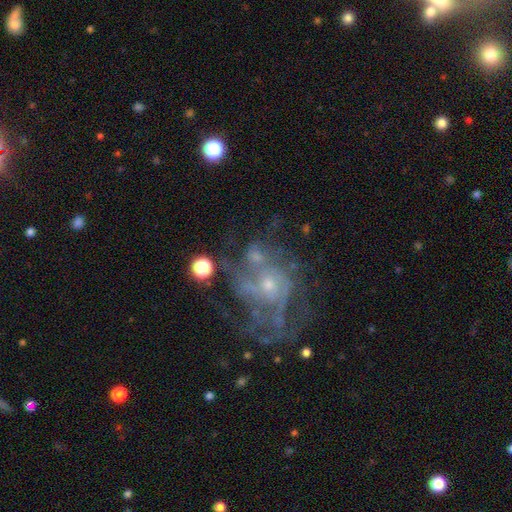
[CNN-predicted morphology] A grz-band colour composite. It shows a featured or disk galaxy (75%) with no bar (77%), medium (40%, tied with tight) spiral arms (79%) and a small central bulge (62%). Merging: none (41%).